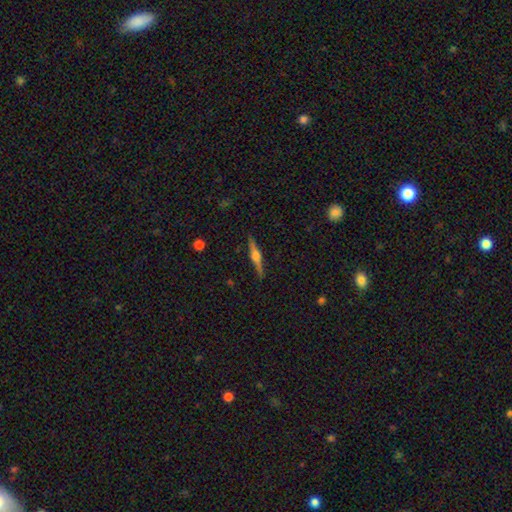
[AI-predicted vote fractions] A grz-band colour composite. It shows a featured or disk galaxy (75%) viewed edge-on (98%) with a rounded central bulge (89%). Merging: none (90%).